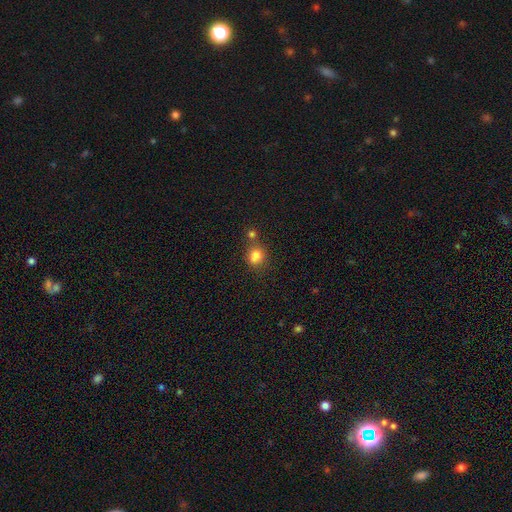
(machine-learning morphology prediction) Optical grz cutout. It shows a smooth galaxy with no disk features (77%) that is round (69%). Merging: none (47%).